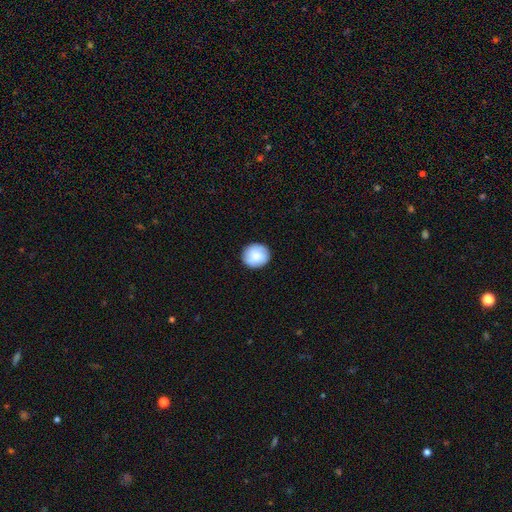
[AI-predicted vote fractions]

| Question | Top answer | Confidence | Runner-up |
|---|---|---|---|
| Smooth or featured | smooth | 82% | featured or disk (11%) |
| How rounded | round | 88% | in between (11%) |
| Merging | none | 88% | minor disturbance (9%) |